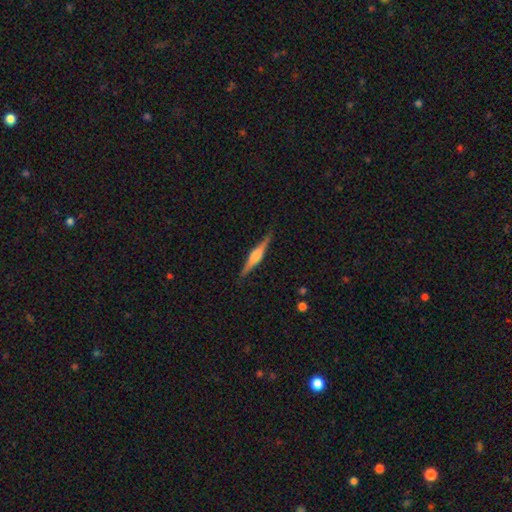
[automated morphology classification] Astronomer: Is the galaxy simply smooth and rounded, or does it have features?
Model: featured or disk — 75%.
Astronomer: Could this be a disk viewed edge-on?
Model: yes — 98%.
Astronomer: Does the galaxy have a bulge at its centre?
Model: rounded — 76%.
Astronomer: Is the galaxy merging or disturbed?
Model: none — 89%.